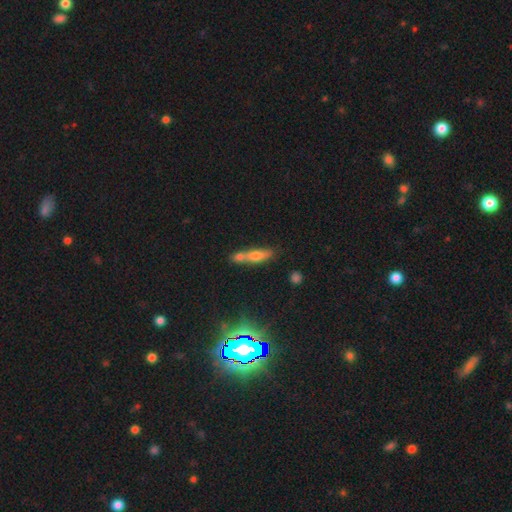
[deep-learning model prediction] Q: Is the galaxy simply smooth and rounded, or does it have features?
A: smooth — 61%.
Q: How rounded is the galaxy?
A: cigar-shaped — 63%.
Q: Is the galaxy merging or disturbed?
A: merger — 43%.